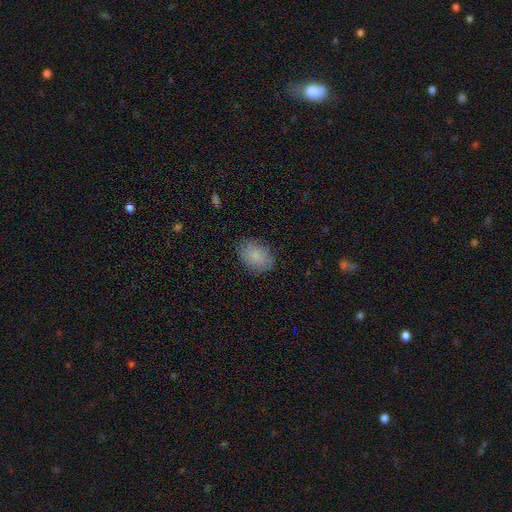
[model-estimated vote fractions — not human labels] A smooth galaxy with no disk features (84%) that is in between round and cigar-shaped (74%).

Vote fractions:
- Smooth or featured? smooth: 84% / featured or disk: 9% / star or artifact: 7%
- How rounded? in between: 74% / round: 24% / cigar-shaped: 1%
- Merging? none: 82% / minor disturbance: 14% / major disturbance: 3% / merger: 1%